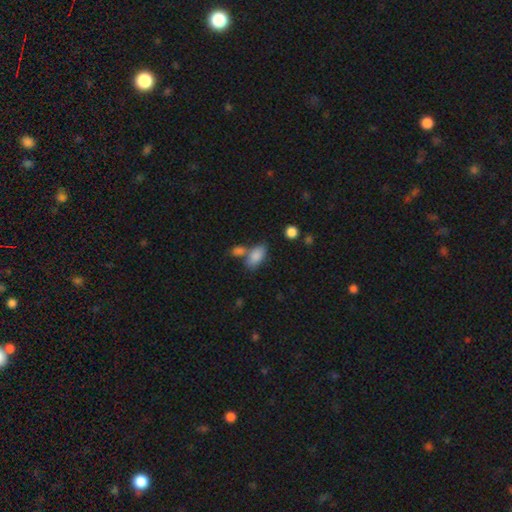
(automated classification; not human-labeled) A smooth galaxy with no disk features (85%) that is in between round and cigar-shaped (92%).

Vote fractions:
- Smooth or featured? smooth: 85% / featured or disk: 8% / star or artifact: 7%
- How rounded? in between: 92% / round: 4% / cigar-shaped: 4%
- Merging? none: 53% / merger: 29% / minor disturbance: 13% / major disturbance: 5%